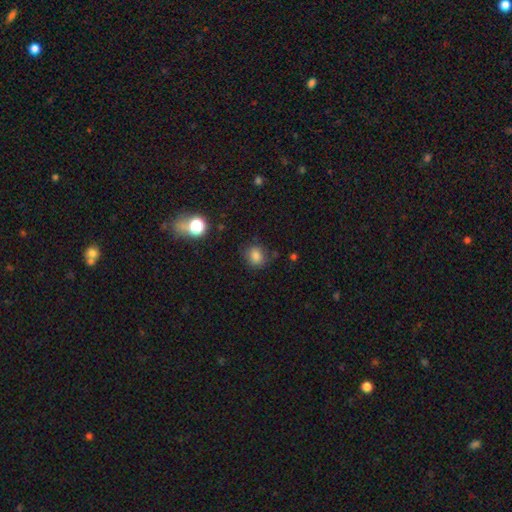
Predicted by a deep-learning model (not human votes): A smooth galaxy with no disk features (82%) that is round (69%).

Vote fractions:
- Smooth or featured? smooth: 82% / star or artifact: 13% / featured or disk: 5%
- How rounded? round: 69% / in between: 29% / cigar-shaped: 1%
- Merging? none: 79% / minor disturbance: 15% / major disturbance: 4% / merger: 3%